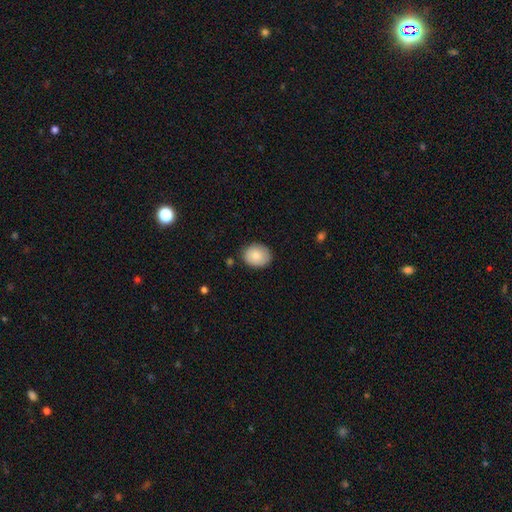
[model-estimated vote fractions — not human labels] This appears to be a smooth galaxy with no disk features (83%) that is round (54%). Merging: none (82%).